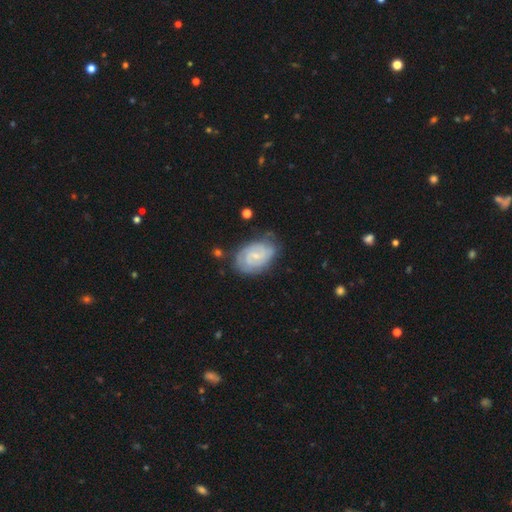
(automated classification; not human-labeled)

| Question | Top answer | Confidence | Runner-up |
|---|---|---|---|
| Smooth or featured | featured or disk | 78% | smooth (16%) |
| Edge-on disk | no | 97% | yes (3%) |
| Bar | weak | 50% | no (41%) |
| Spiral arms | yes | 94% | no (6%) |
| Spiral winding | tight | 61% | medium (31%) |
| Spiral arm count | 2 | 56% | can't tell (22%) |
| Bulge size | small | 69% | moderate (20%) |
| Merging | none | 69% | minor disturbance (22%) |